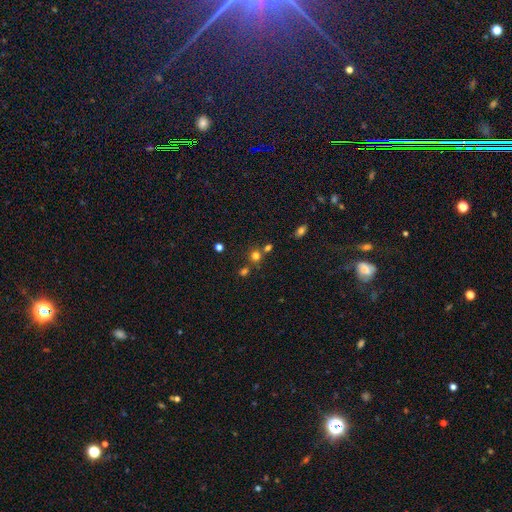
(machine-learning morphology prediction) The model was most divided on "merging": none: 66%, merger: 22%, minor disturbance: 9%, major disturbance: 3%. More confident: how rounded — round (86%); smooth or featured — smooth (72%).